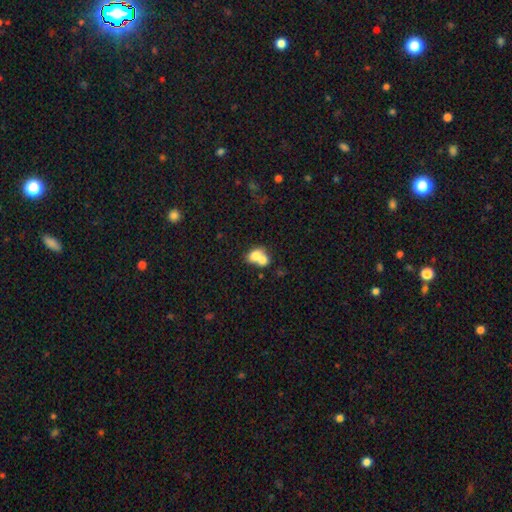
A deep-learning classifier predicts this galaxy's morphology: smooth_or_featured: smooth (p=0.70) [alt: featured or disk p=0.21]
how_rounded: in between (p=0.58) [alt: round p=0.41]
merging: merger (p=0.70) [alt: none p=0.20]